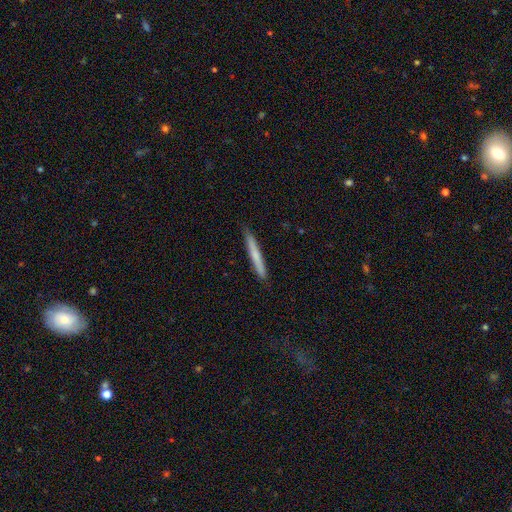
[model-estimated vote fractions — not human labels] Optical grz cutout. It shows a smooth galaxy with no disk features (66%) that is cigar-shaped (97%). Merging: none (90%).